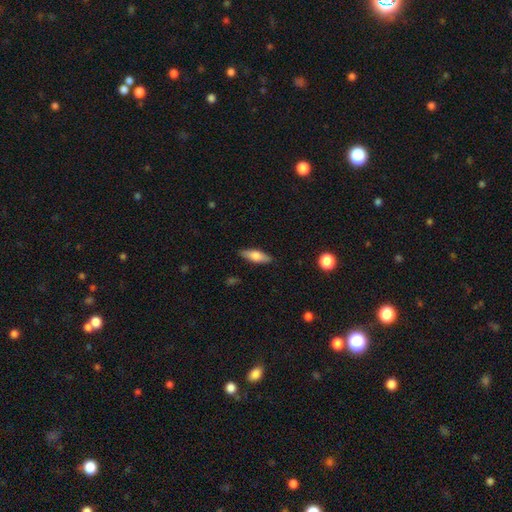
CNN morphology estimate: Q: Smooth or featured?
A: smooth (67%); runner-up: featured or disk (27%)
Q: How rounded?
A: in between (56%); runner-up: cigar-shaped (42%)
Q: Merging?
A: none (87%); runner-up: minor disturbance (10%)